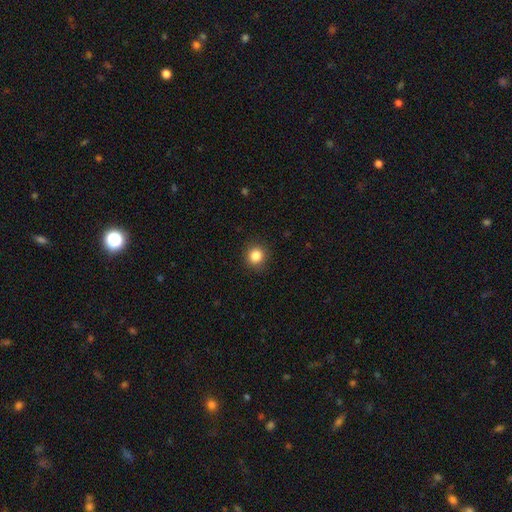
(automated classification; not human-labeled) This is clearly a smooth galaxy (85%). How rounded: clearly round (90%). Merging: clearly none (90%).